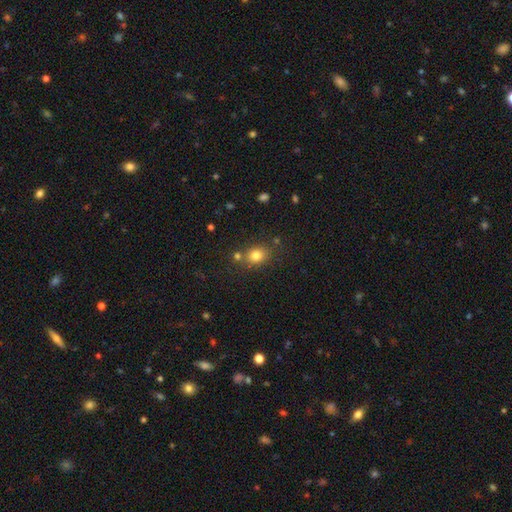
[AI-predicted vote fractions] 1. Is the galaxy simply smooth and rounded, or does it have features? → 78% smooth, 13% star or artifact, 8% featured or disk.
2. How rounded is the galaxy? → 51% round, 47% in between, 1% cigar-shaped.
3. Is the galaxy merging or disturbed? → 71% none, 13% minor disturbance, 12% merger, 4% major disturbance.